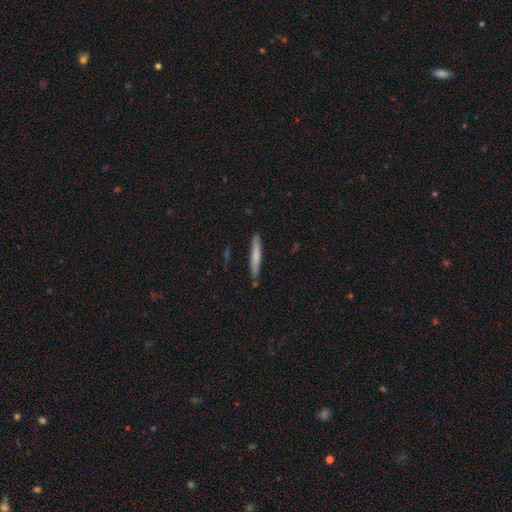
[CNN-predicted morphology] A smooth galaxy with no disk features (68%) that is cigar-shaped (95%).

Vote fractions:
- Smooth or featured? smooth: 68% / featured or disk: 27% / star or artifact: 6%
- How rounded? cigar-shaped: 95% / in between: 3% / round: 1%
- Merging? none: 85% / minor disturbance: 11% / merger: 2% / major disturbance: 2%